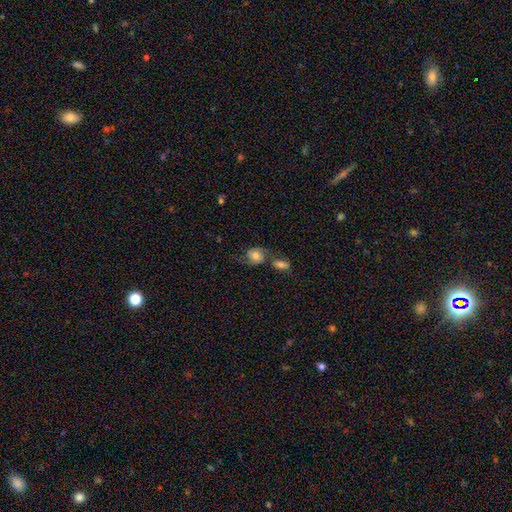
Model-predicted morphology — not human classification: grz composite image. It shows a smooth galaxy with no disk features (51%) that is round (54%). Merging: none (41%).